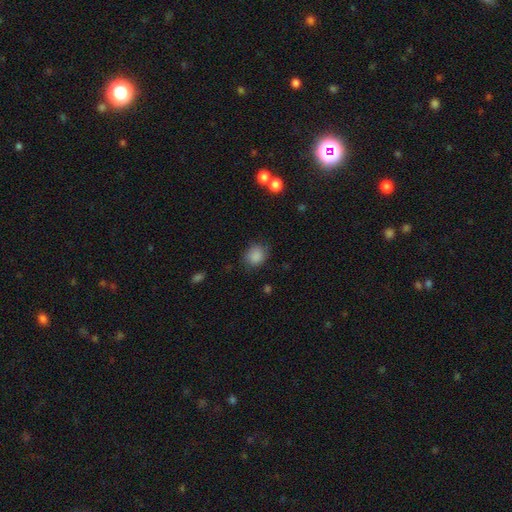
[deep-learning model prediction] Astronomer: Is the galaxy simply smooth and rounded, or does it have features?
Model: smooth — 87%.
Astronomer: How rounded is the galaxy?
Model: round — 70%.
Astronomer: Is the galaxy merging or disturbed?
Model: none — 78%.